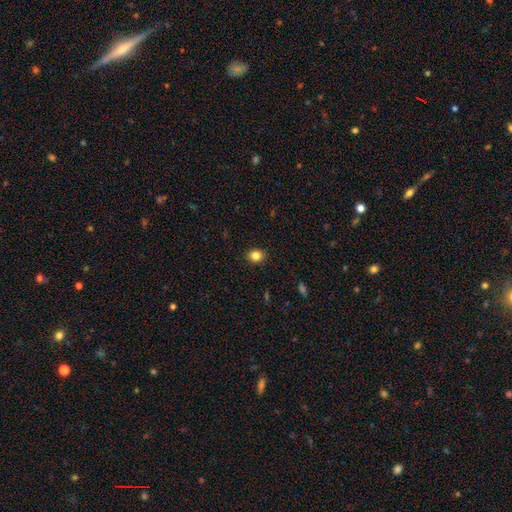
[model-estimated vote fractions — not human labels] smooth-or-featured: smooth: 84% | star or artifact: 11% | featured or disk: 5%
  how-rounded: round: 64% | in between: 35% | cigar-shaped: 1%
  merging: none: 90% | minor disturbance: 7% | major disturbance: 2% | merger: 1%